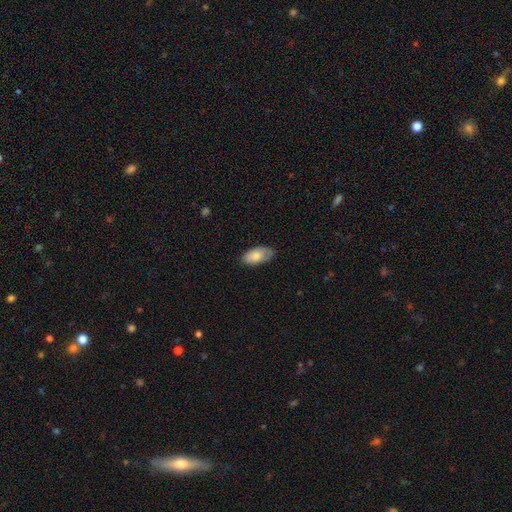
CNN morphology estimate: Smooth or featured?
  - smooth: 79% *
  - featured or disk: 15%
  - star or artifact: 6%
How rounded?
  - in between: 93% *
  - cigar-shaped: 5%
  - round: 3%
Merging?
  - none: 71% *
  - minor disturbance: 23%
  - major disturbance: 5%
  - merger: 1%